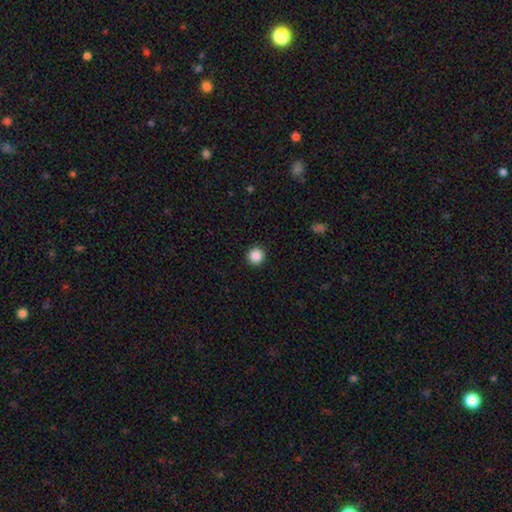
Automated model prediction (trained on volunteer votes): The model was most divided on "smooth or featured": smooth: 87%, star or artifact: 10%, featured or disk: 4%. More confident: how rounded — round (96%); merging — none (93%).